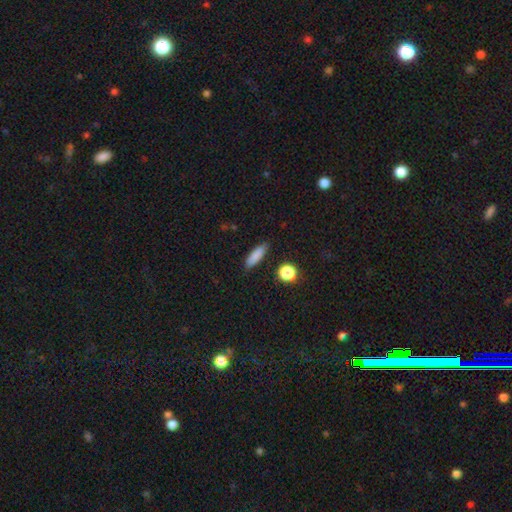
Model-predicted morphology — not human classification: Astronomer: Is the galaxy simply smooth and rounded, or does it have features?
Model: smooth — 83%.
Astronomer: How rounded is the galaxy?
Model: cigar-shaped — 57% (runner-up: in between, 40%).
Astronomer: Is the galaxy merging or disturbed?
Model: none — 86%.